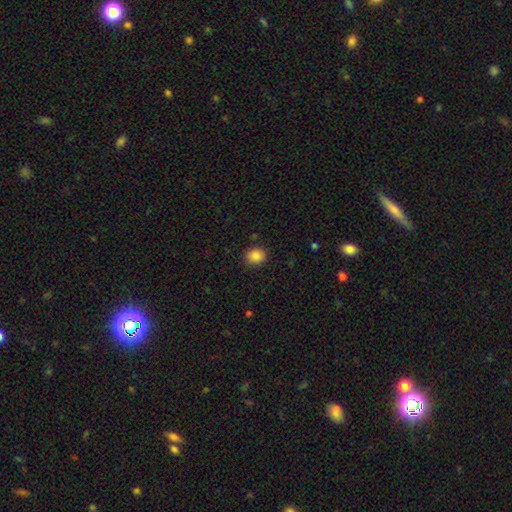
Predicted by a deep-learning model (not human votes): This is clearly a smooth galaxy (86%). How rounded: likely round (65%). Merging: clearly none (89%).